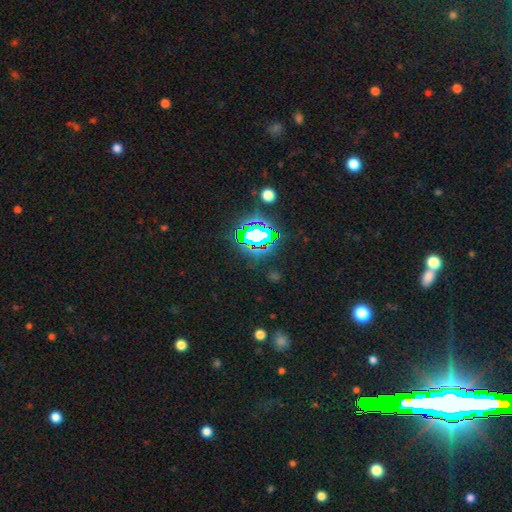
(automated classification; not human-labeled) Smooth or featured: star or artifact — 77% (smooth — 14%)